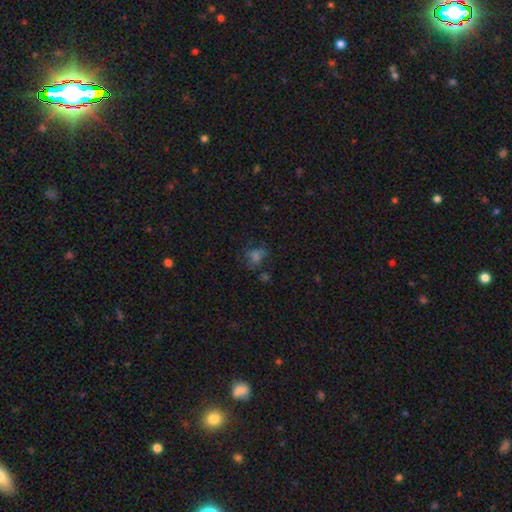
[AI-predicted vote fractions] A smooth galaxy with no disk features (49%). Merging: none (51%).